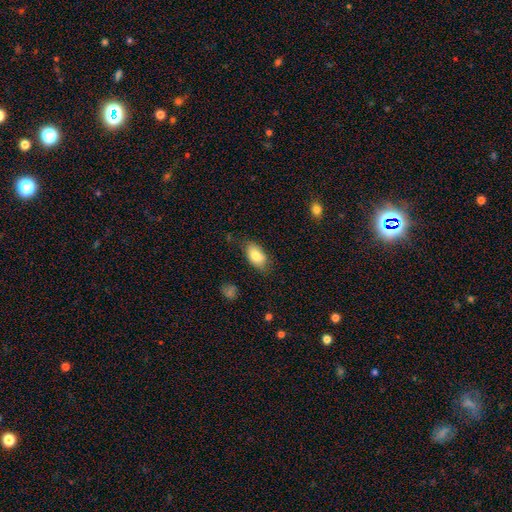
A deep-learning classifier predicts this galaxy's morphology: This appears to be a smooth galaxy with no disk features (83%) that is in between round and cigar-shaped (93%). Merging: none (77%).